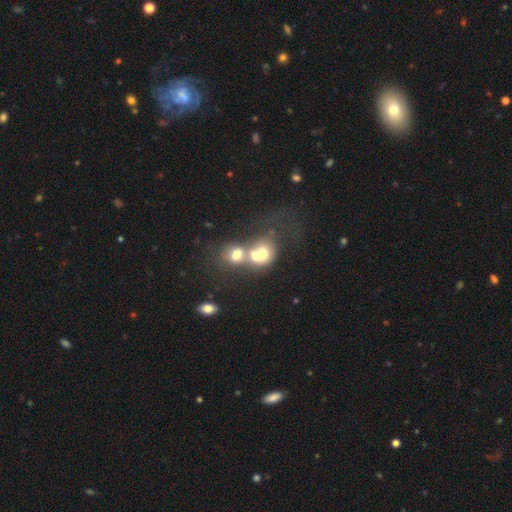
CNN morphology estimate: Smooth or featured?
  - smooth: 57% *
  - featured or disk: 29%
  - star or artifact: 13%
How rounded?
  - round: 62% *
  - in between: 37%
  - cigar-shaped: 1%
Merging?
  - merger: 71% *
  - none: 17%
  - major disturbance: 6%
  - minor disturbance: 5%